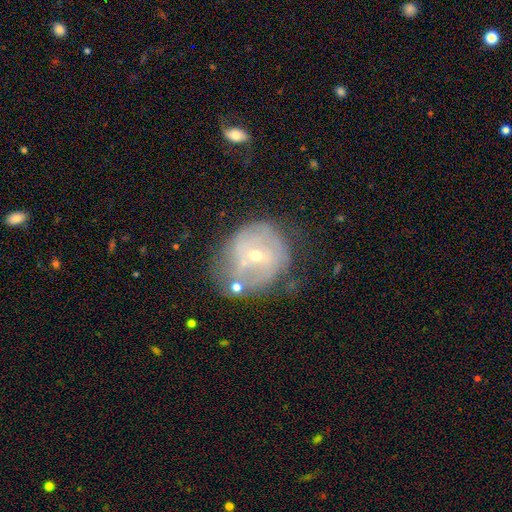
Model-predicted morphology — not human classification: smooth_or_featured: featured or disk (p=0.64) [alt: smooth p=0.26]
disk_edge_on: no (p=0.97) [alt: yes p=0.03]
bar: no (p=0.49) [alt: weak p=0.40]
has_spiral_arms: yes (p=0.60) [alt: no p=0.40]
bulge_size: small (p=0.60) [alt: moderate p=0.36]
merging: none (p=0.49) [alt: minor disturbance p=0.25]